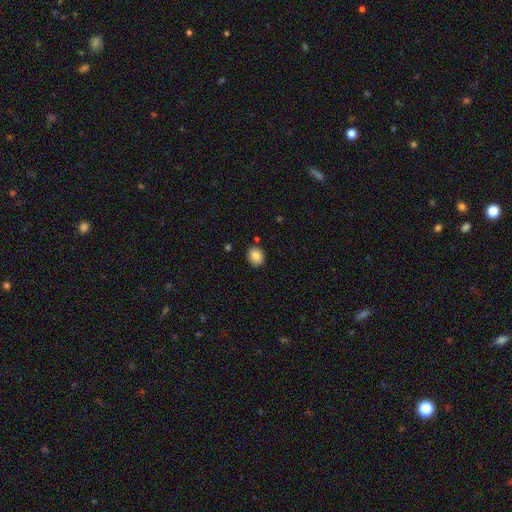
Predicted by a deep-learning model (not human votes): The model was most divided on "how rounded": round: 64%, in between: 36%, cigar-shaped: 1%. More confident: merging — none (85%); smooth or featured — smooth (83%).